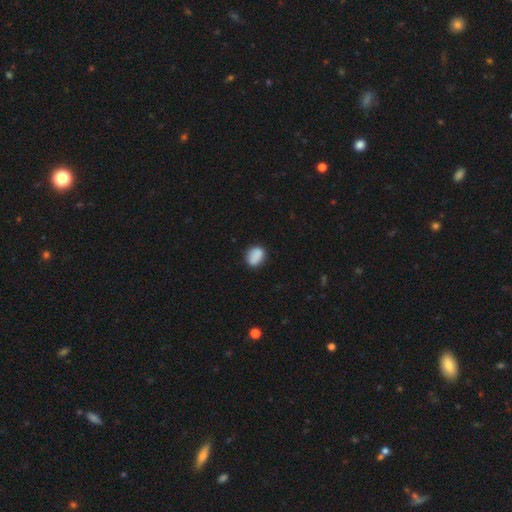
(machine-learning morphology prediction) Smooth or featured? smooth (87%)
How rounded? in between (60%)
Merging? none (79%)